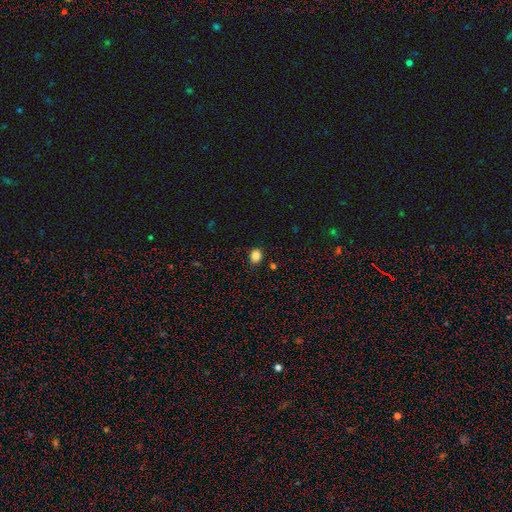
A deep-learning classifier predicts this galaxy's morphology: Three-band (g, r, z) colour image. It shows a smooth galaxy with no disk features (85%) that is round (57%). Merging: none (86%).